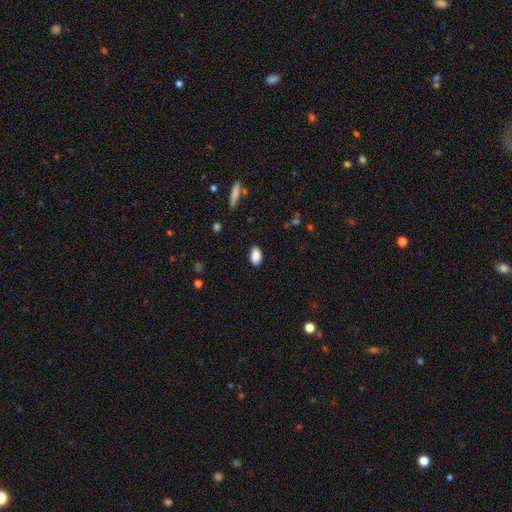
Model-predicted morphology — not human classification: Smooth or featured: smooth — 89% (star or artifact — 7%)
How rounded: in between — 91% (round — 7%)
Merging: none — 85% (minor disturbance — 11%)